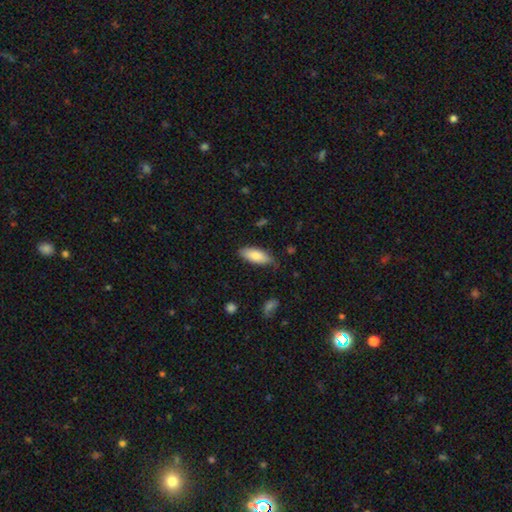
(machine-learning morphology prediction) Smooth or featured? smooth (81%)
How rounded? in between (77%)
Merging? none (79%)